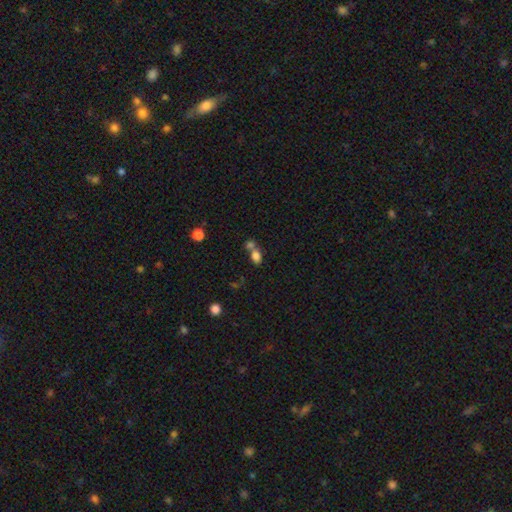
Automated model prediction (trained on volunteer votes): Morphology: type=smooth (79%); roundness=in between (73%); merging=merger (53%).